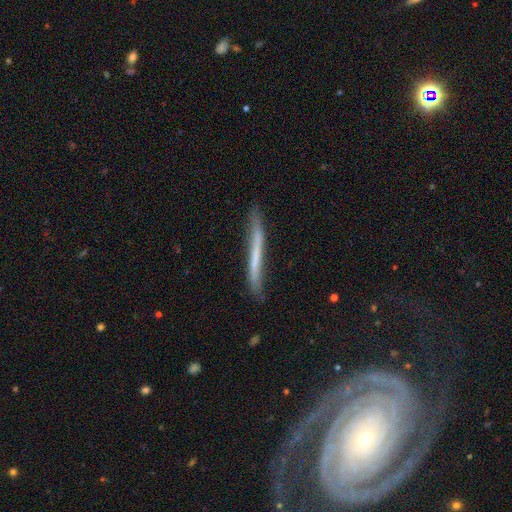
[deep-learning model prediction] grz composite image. It shows a smooth galaxy with no disk features (48%). Merging: none (73%).